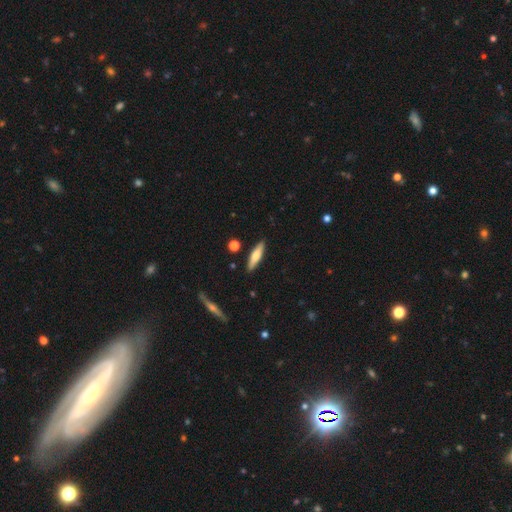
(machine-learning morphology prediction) Smooth or featured? smooth (62%)
How rounded? cigar-shaped (73%)
Merging? none (87%)